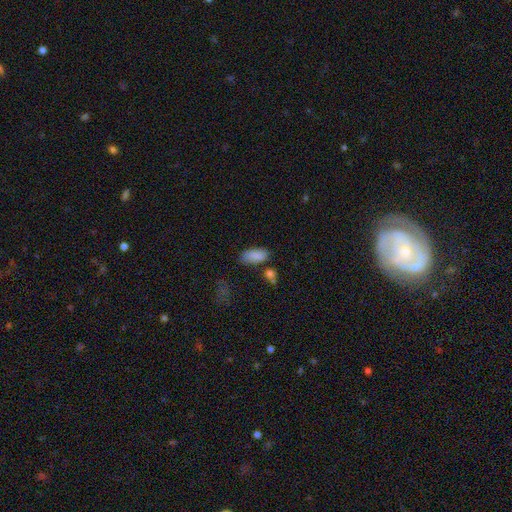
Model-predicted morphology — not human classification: This appears to be a smooth galaxy with no disk features (86%) that is in between round and cigar-shaped (88%). Merging: none (68%).